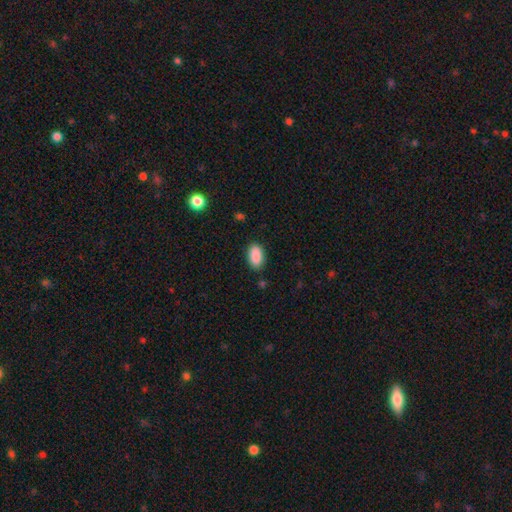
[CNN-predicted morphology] type=smooth (90%); roundness=in between (93%); merging=none (86%).